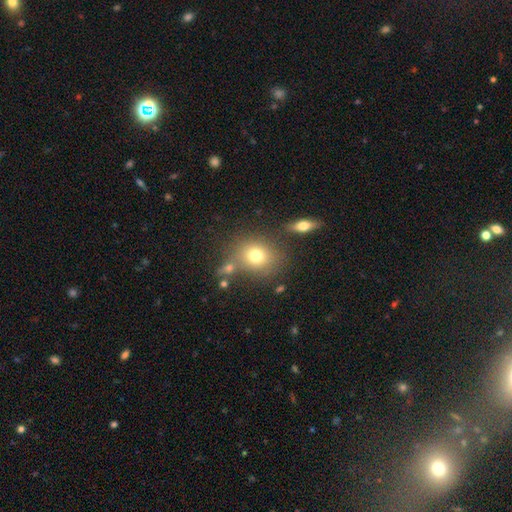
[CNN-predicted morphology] A smooth galaxy with no disk features (74%) that is round (70%).

Vote fractions:
- Smooth or featured? smooth: 74% / featured or disk: 13% / star or artifact: 13%
- How rounded? round: 70% / in between: 29% / cigar-shaped: 1%
- Merging? none: 68% / merger: 13% / minor disturbance: 13% / major disturbance: 6%